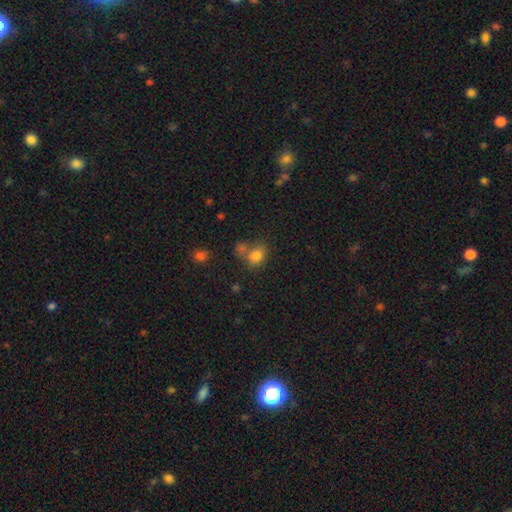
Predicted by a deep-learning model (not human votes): A smooth galaxy with no disk features (79%) that is in between round and cigar-shaped (62%). Merging: merger (40%).